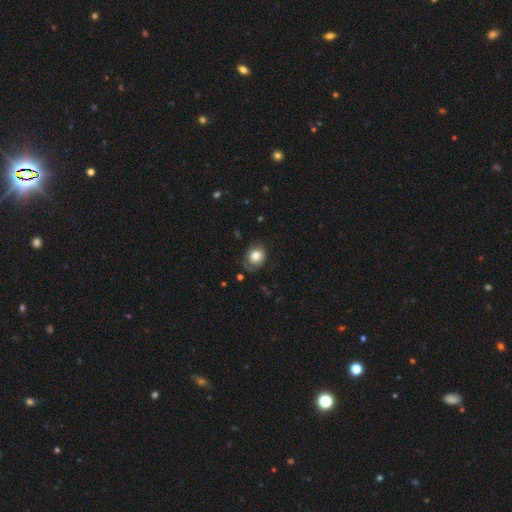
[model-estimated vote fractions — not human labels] Smooth or featured? Predicted: smooth (p=0.81). How rounded? Predicted: round (p=0.64). Merging? Predicted: none (p=0.69).